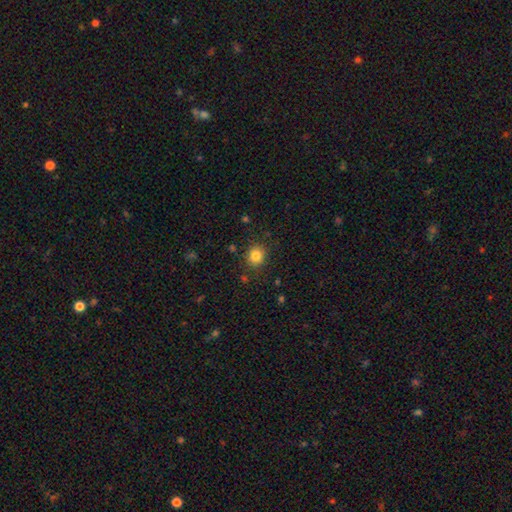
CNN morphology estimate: This is clearly a smooth galaxy (82%). How rounded: clearly round (84%). Merging: clearly none (86%).